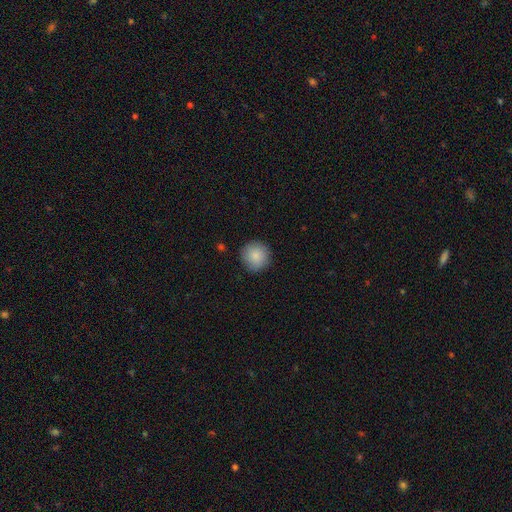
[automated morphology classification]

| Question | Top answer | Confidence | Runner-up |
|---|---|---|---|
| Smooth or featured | smooth | 87% | star or artifact (7%) |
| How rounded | round | 95% | in between (4%) |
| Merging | none | 89% | minor disturbance (8%) |